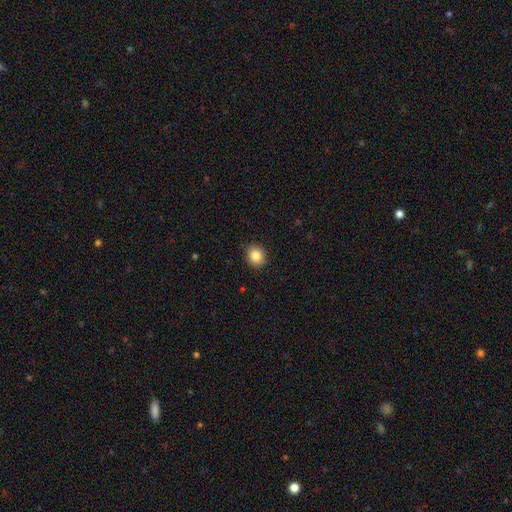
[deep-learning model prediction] A smooth galaxy with no disk features (85%) that is round (70%).

Vote fractions:
- Smooth or featured? smooth: 85% / star or artifact: 9% / featured or disk: 5%
- How rounded? round: 70% / in between: 29% / cigar-shaped: 1%
- Merging? none: 88% / minor disturbance: 9% / major disturbance: 2% / merger: 1%